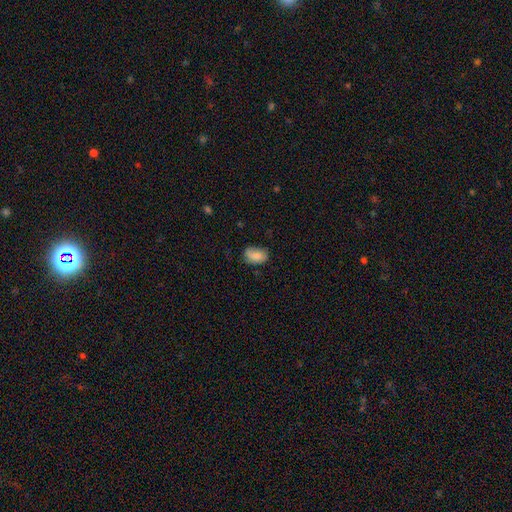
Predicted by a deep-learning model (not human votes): Overall: smooth (82%). How rounded: in between (86%). Merging: none (62%; minor disturbance 29%).